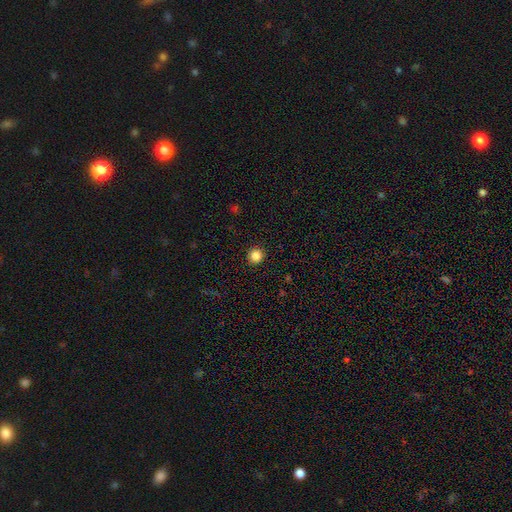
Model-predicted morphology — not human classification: A smooth galaxy with no disk features (85%) that is round (93%). Merging: none (93%).